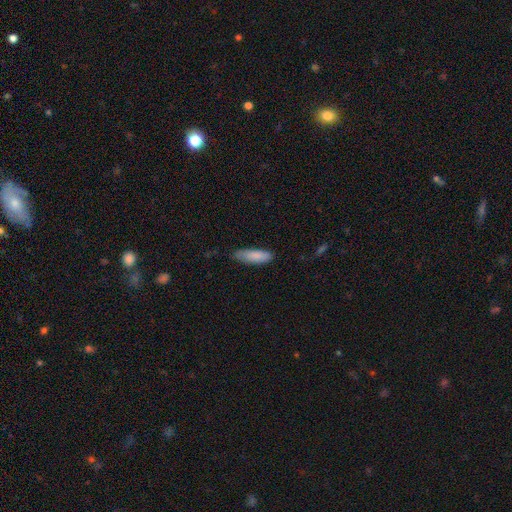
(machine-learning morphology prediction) smooth-or-featured: smooth: 86% | featured or disk: 9% | star or artifact: 5%
  how-rounded: in between: 52% | cigar-shaped: 46% | round: 1%
  merging: none: 69% | minor disturbance: 26% | major disturbance: 4% | merger: 1%